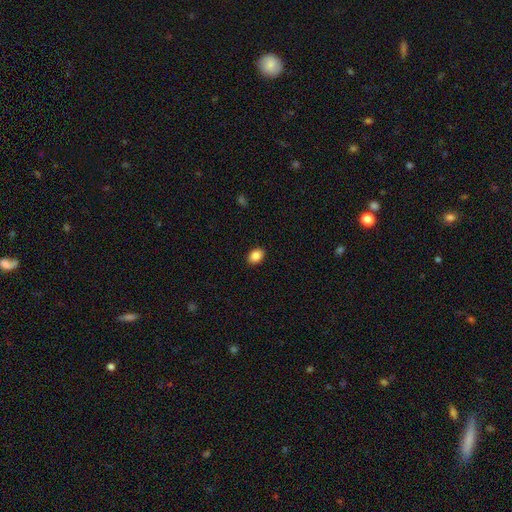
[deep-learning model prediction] A smooth galaxy with no disk features (88%) that is in between round and cigar-shaped (68%). Merging: none (90%).